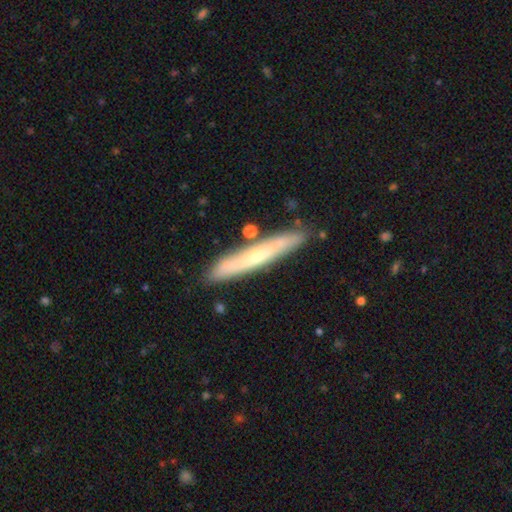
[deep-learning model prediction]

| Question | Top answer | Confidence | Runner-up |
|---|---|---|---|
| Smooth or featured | smooth | 52% | featured or disk (43%) |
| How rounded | cigar-shaped | 94% | in between (5%) |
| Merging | none | 83% | minor disturbance (11%) |